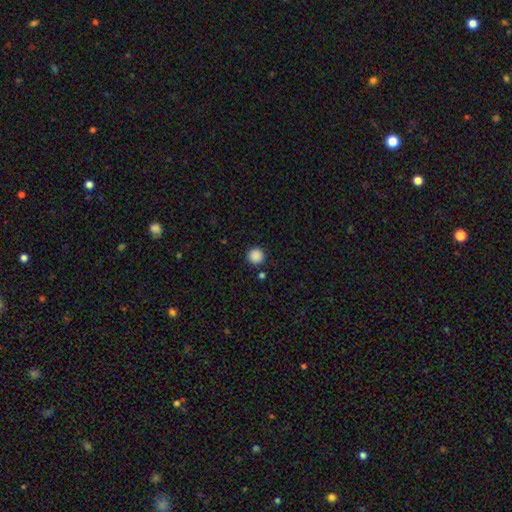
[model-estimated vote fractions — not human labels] Smooth or featured: smooth — 87% (star or artifact — 10%)
How rounded: round — 96% (in between — 3%)
Merging: none — 91% (minor disturbance — 5%)